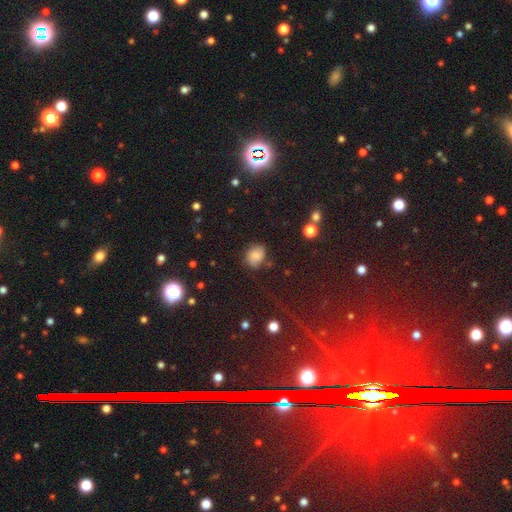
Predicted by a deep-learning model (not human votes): Smooth or featured? smooth (68%)
How rounded? round (54%)
Merging? none (73%)